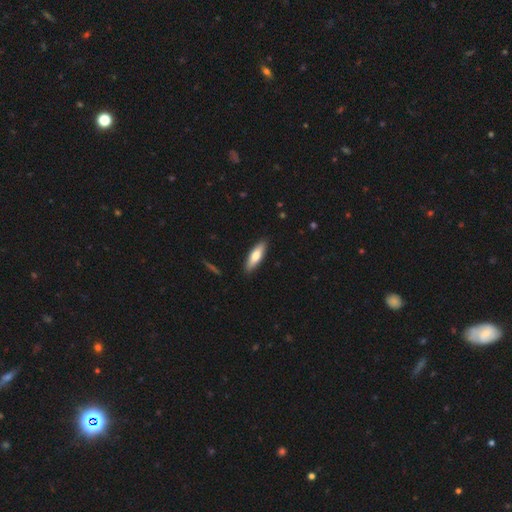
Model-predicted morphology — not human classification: Smooth or featured: smooth — 69% (featured or disk — 26%)
How rounded: cigar-shaped — 54% (in between — 44%)
Merging: none — 89% (minor disturbance — 8%)